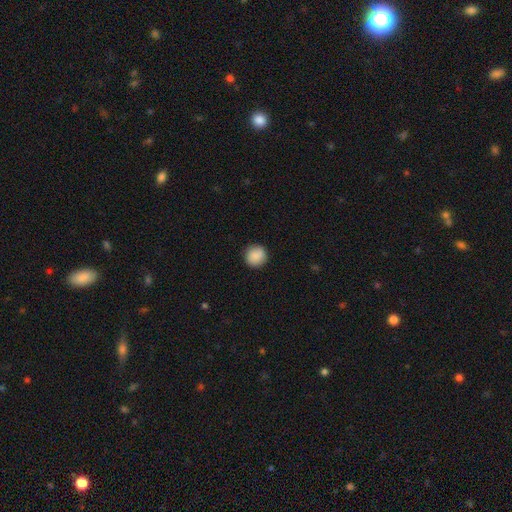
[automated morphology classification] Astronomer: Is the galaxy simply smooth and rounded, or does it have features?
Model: smooth — 88%.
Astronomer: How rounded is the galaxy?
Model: round — 93%.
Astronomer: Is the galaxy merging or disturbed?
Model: none — 89%.